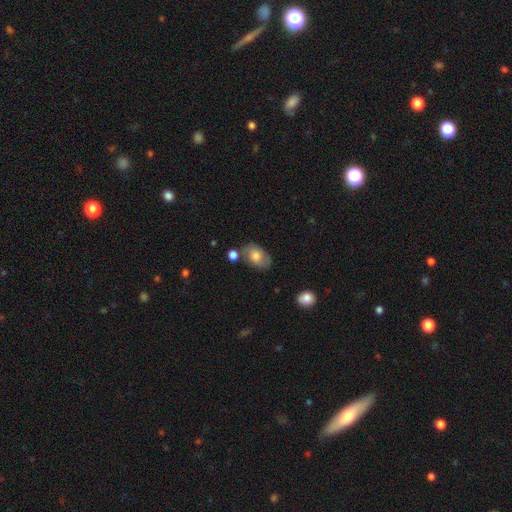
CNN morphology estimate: type=smooth (74%); roundness=in between (87%); merging=none (64%).